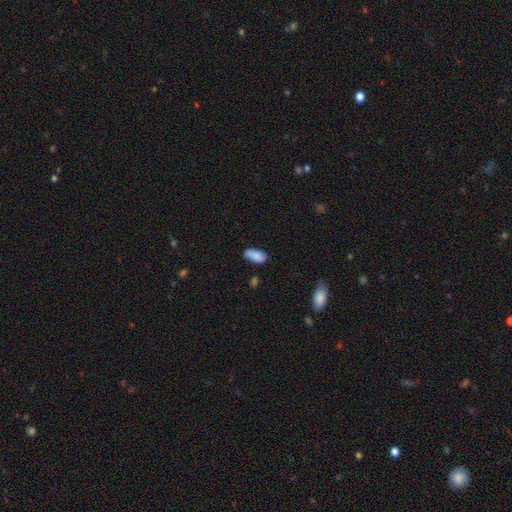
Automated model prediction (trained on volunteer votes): A smooth galaxy with no disk features (83%) that is in between round and cigar-shaped (91%). Merging: none (65%).